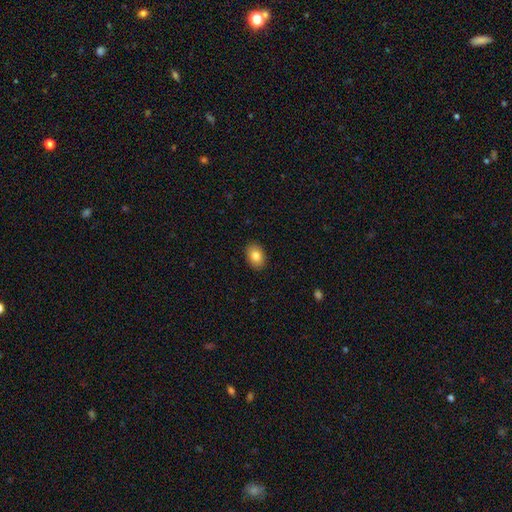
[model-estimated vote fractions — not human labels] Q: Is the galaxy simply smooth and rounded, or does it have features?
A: smooth — 82%.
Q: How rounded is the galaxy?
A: in between — 78%.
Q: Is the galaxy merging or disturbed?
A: none — 90%.